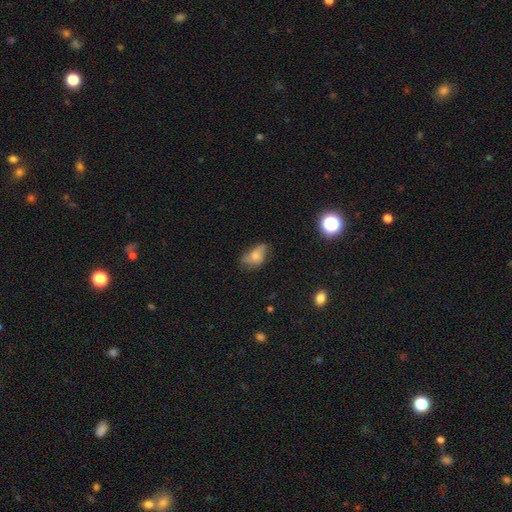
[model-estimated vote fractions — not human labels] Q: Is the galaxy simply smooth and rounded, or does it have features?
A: smooth — 60%.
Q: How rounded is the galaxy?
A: in between — 87%.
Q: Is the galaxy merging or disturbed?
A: none — 49%.